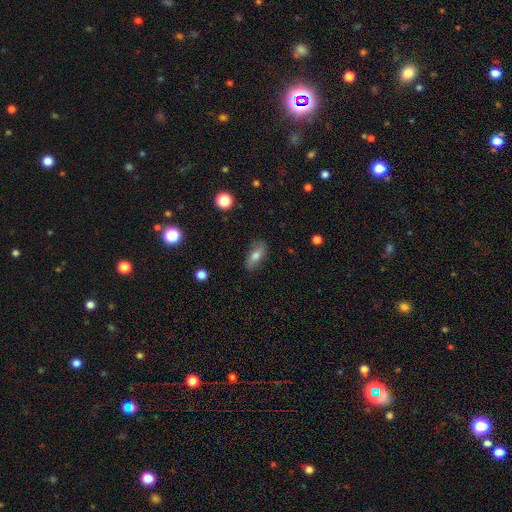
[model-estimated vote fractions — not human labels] This is likely a smooth galaxy (61%). How rounded: clearly in between (81%). Merging: likely none (78%).